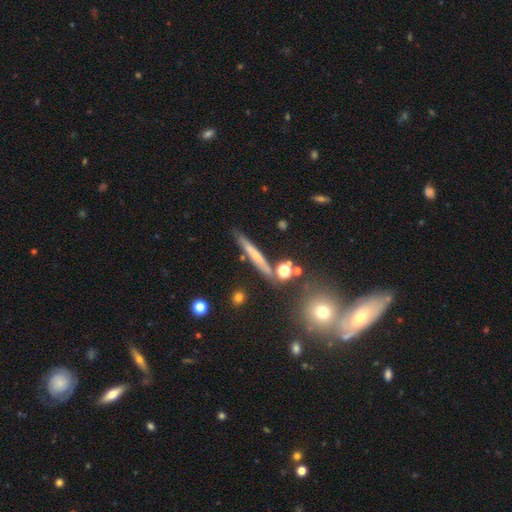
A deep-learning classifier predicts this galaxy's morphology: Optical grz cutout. It shows a smooth galaxy with no disk features (46%). Merging: none (81%).